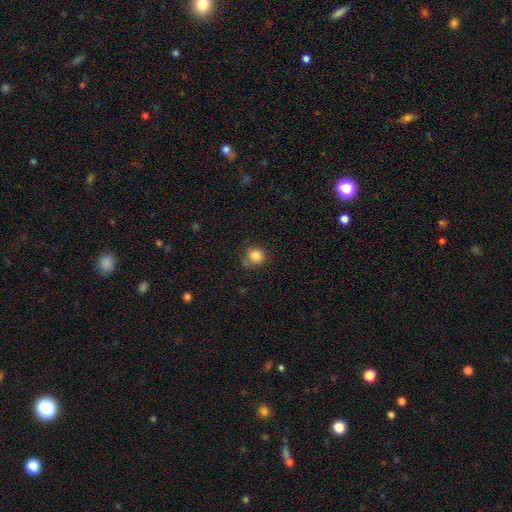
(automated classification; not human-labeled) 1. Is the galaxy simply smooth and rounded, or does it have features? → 85% smooth, 11% star or artifact, 4% featured or disk.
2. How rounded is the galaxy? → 87% round, 12% in between, 1% cigar-shaped.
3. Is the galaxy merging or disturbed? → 68% none, 22% minor disturbance, 6% major disturbance, 4% merger.